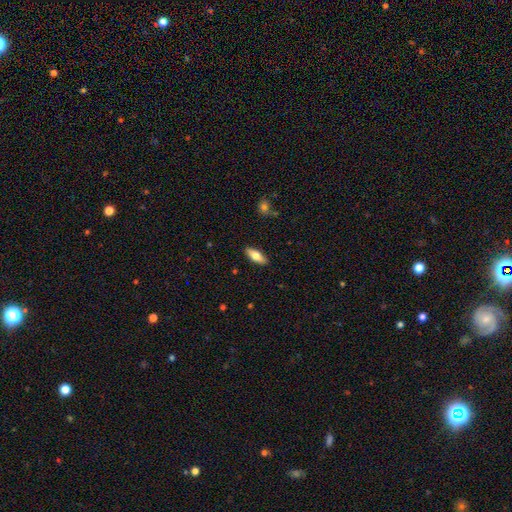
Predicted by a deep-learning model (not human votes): smooth-or-featured: smooth: 67% | featured or disk: 27% | star or artifact: 6%
  how-rounded: in between: 69% | cigar-shaped: 29% | round: 2%
  merging: none: 88% | minor disturbance: 9% | major disturbance: 2% | merger: 1%